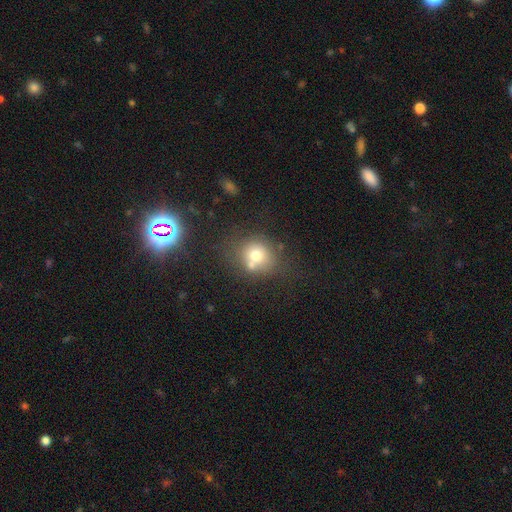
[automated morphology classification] This appears to be a smooth galaxy with no disk features (70%) that is round (74%). Merging: none (52%).